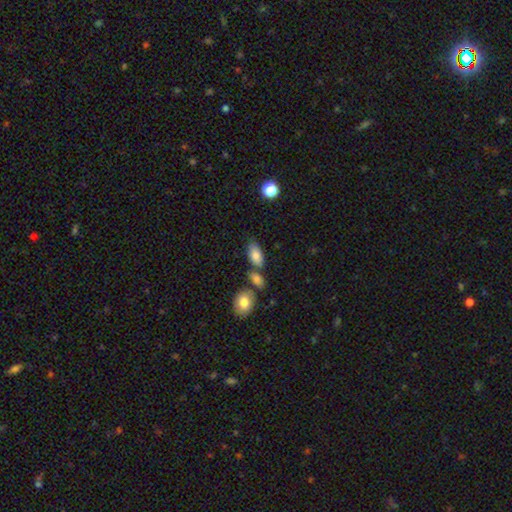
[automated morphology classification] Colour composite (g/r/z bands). It shows a smooth galaxy with no disk features (83%) that is in between round and cigar-shaped (91%). Merging: none (61%).